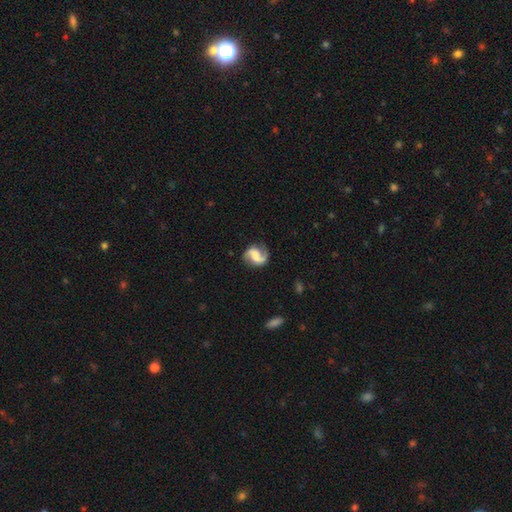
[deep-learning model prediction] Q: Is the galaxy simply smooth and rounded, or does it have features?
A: featured or disk — 80%.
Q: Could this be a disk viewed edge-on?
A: no — 98%.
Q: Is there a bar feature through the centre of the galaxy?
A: weak — 41%.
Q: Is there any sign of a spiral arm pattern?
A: yes — 96%.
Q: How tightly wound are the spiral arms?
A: loose — 46%.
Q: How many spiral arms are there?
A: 2 — 88%.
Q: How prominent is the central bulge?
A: none — 44%.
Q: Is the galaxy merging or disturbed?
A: none — 76%.